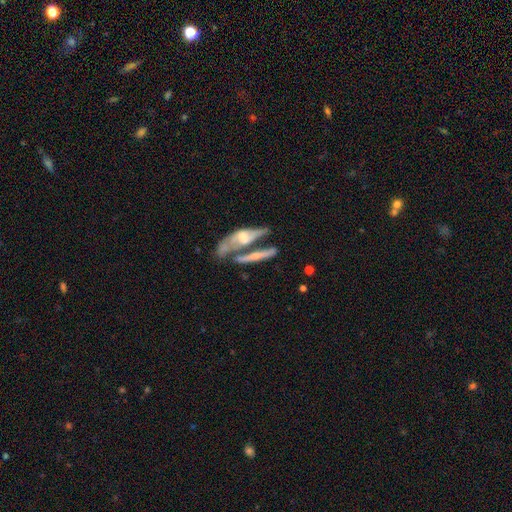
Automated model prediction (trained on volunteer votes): Smooth or featured: featured or disk — 60% (smooth — 34%)
Edge-on disk: yes — 62% (no — 38%)
Merging: merger — 46% (none — 32%)